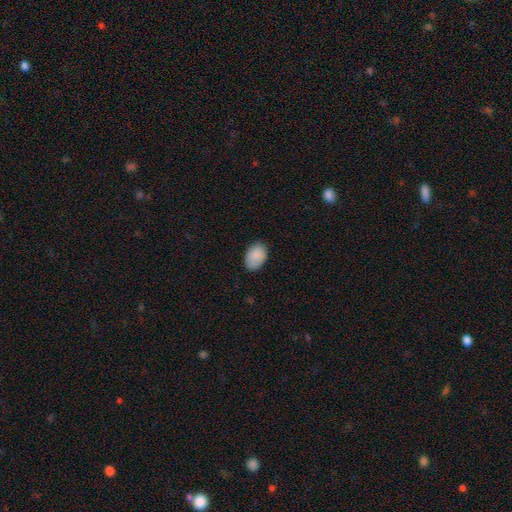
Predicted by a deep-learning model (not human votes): Smooth or featured: smooth — 89% (star or artifact — 7%)
How rounded: in between — 87% (round — 12%)
Merging: none — 80% (minor disturbance — 16%)